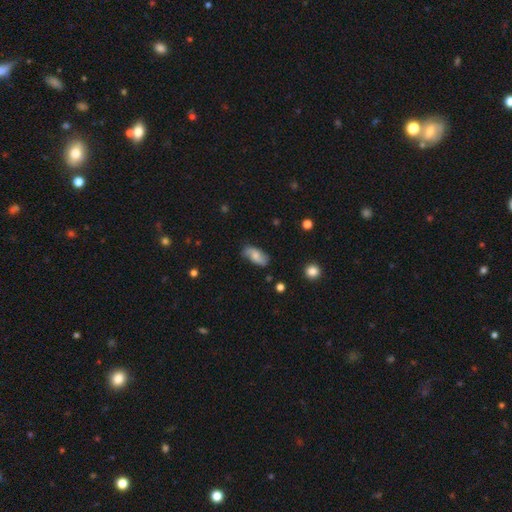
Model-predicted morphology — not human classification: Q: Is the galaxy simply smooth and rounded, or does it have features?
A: smooth — 58%.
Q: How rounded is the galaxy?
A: in between — 90%.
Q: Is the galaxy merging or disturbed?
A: none — 73%.